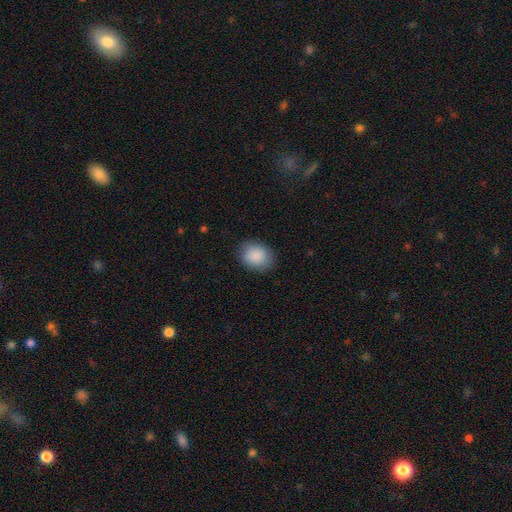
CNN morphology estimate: A smooth galaxy with no disk features (89%) that is in between round and cigar-shaped (55%). Merging: none (86%).